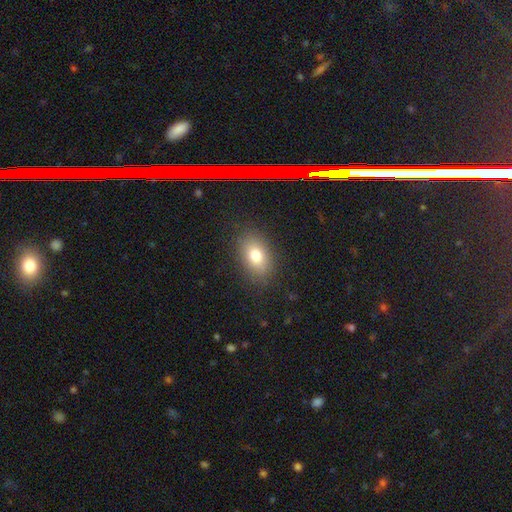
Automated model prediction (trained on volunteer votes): Smooth or featured: smooth — 78% (featured or disk — 12%)
How rounded: in between — 83% (round — 15%)
Merging: none — 84% (minor disturbance — 11%)